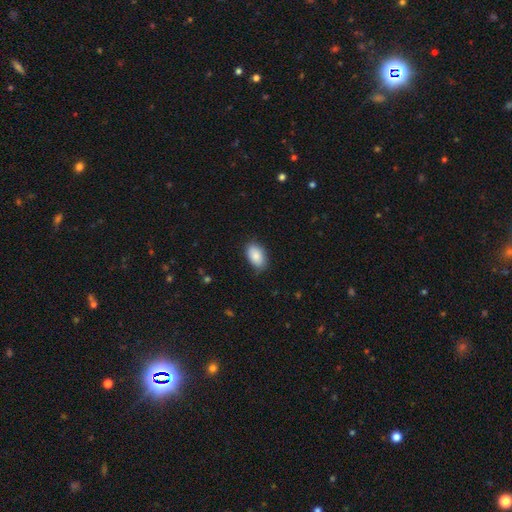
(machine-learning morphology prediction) Smooth or featured? Predicted: smooth (p=0.87). How rounded? Predicted: in between (p=0.93). Merging? Predicted: none (p=0.79).